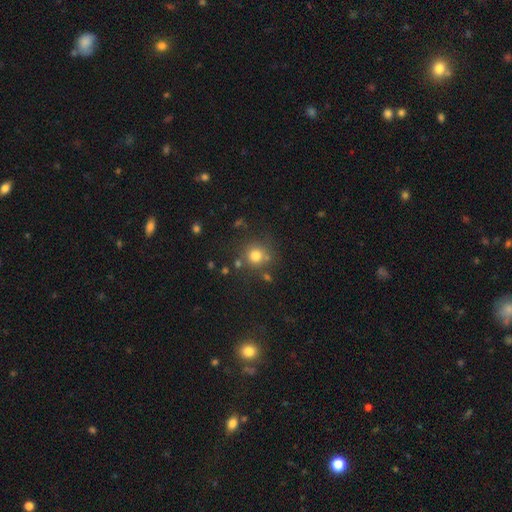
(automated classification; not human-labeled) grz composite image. It shows a smooth galaxy with no disk features (77%) that is round (91%). Merging: none (76%).